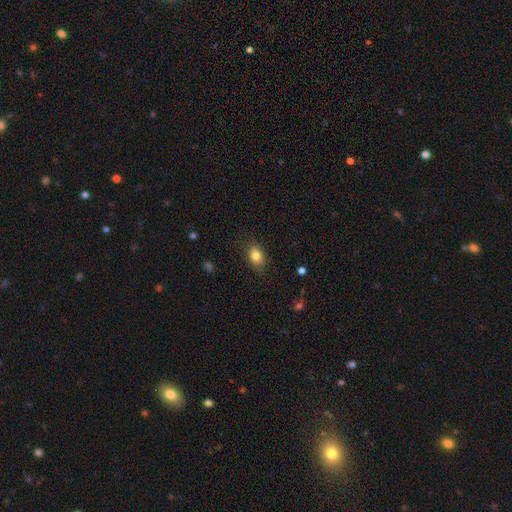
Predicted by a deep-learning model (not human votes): smooth_or_featured: smooth (p=0.83) [alt: star or artifact p=0.09]
how_rounded: in between (p=0.77) [alt: round p=0.21]
merging: none (p=0.83) [alt: minor disturbance p=0.12]